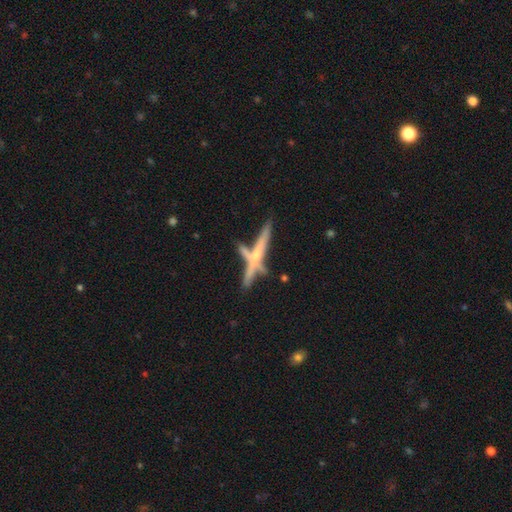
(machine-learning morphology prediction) smooth-or-featured: featured or disk: 57% | smooth: 34% | star or artifact: 9%
  disk-edge-on: yes: 89% | no: 11%
    edge-on-bulge: none: 47% | rounded: 46% | boxy: 7%
  merging: none: 52% | merger: 32% | minor disturbance: 11% | major disturbance: 5%